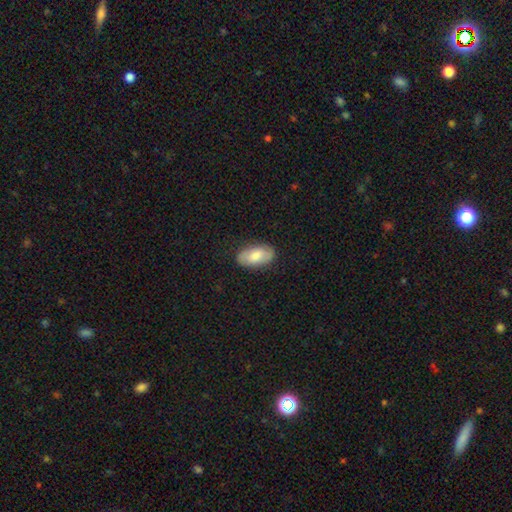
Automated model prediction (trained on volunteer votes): Smooth or featured? Predicted: smooth (p=0.72). How rounded? Predicted: in between (p=0.94). Merging? Predicted: none (p=0.83).